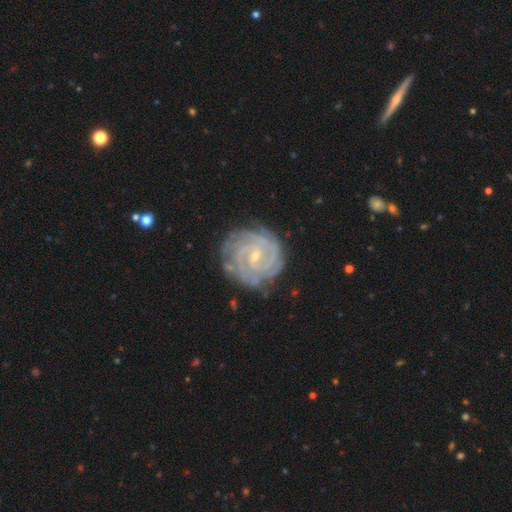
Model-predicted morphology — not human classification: Smooth or featured?
  - featured or disk: 90% *
  - star or artifact: 5%
  - smooth: 4%
Edge-on disk?
  - no: 98% *
  - yes: 2%
Bar?
  - weak: 45% *
  - no: 40%
  - strong: 14%
Spiral arms?
  - yes: 98% *
  - no: 2%
Spiral winding?
  - tight: 82% *
  - medium: 16%
  - loose: 2%
Spiral arm count?
  - 4: 25% *
  - 3: 21%
  - can't tell: 19%
  - 2: 17%
  - more than 4: 10%
  - 1: 7%
Bulge size?
  - small: 74% *
  - moderate: 23%
  - none: 2%
  - large: 1%
  - dominant: 1%
Merging?
  - none: 80% *
  - minor disturbance: 14%
  - major disturbance: 4%
  - merger: 1%